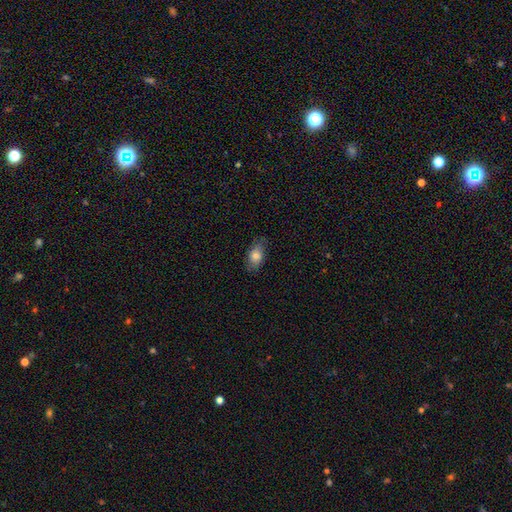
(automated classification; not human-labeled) A smooth galaxy with no disk features (81%) that is in between round and cigar-shaped (90%). Merging: none (77%).